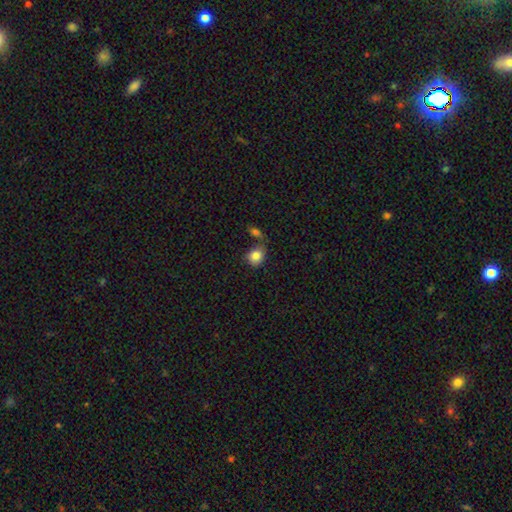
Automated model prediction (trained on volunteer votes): smooth_or_featured: smooth (p=0.85) [alt: star or artifact p=0.08]
how_rounded: round (p=0.60) [alt: in between p=0.39]
merging: none (p=0.58) [alt: merger p=0.20]